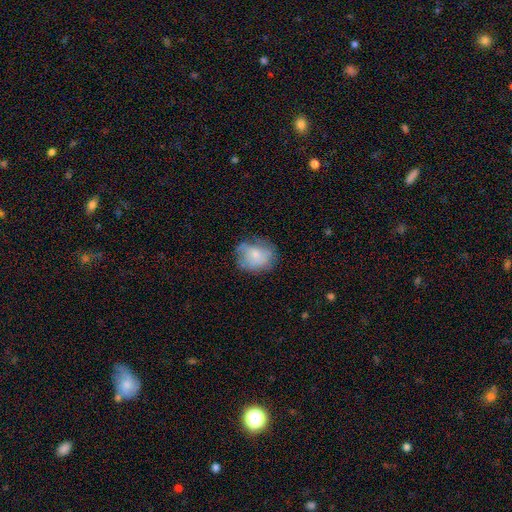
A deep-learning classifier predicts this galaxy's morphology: smooth 67%, featured or disk 24%, star or artifact 9%. Down the decision tree: how rounded — round (56%); merging — none (57%).